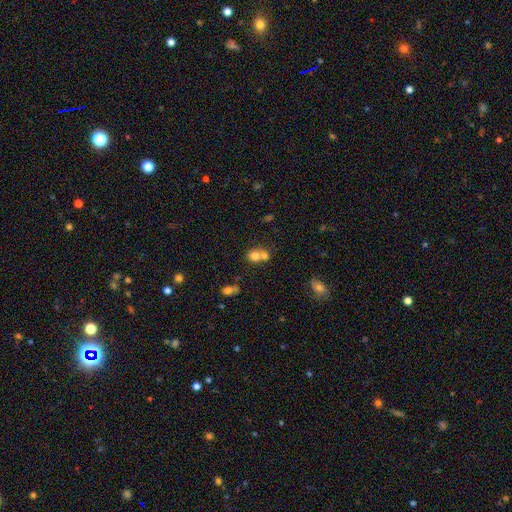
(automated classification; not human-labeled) Smooth or featured? smooth (73%)
How rounded? round (72%)
Merging? merger (58%)